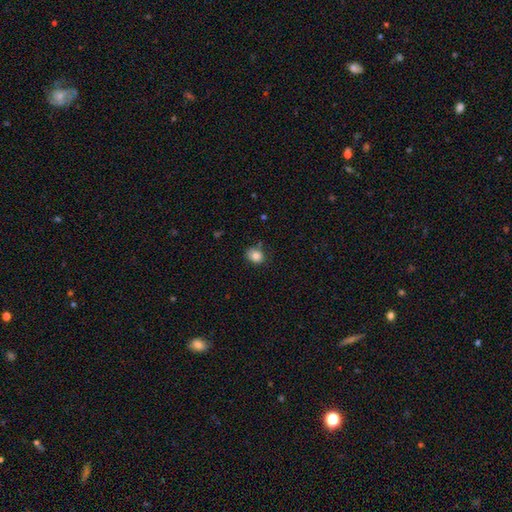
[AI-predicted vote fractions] Smooth or featured: smooth — 85% (star or artifact — 10%)
How rounded: round — 60% (in between — 39%)
Merging: none — 69% (minor disturbance — 22%)